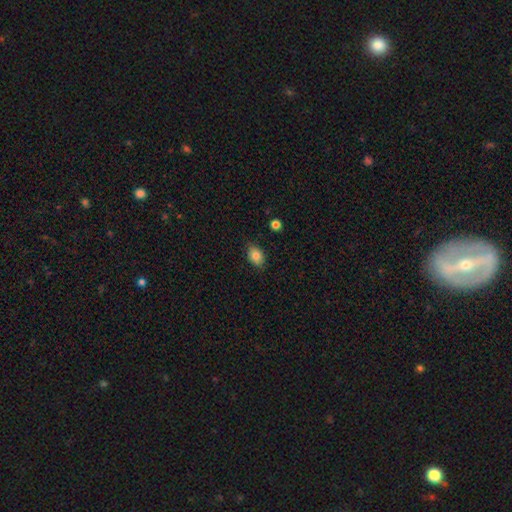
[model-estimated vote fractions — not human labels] Q: Smooth or featured?
A: smooth (83%); runner-up: featured or disk (8%)
Q: How rounded?
A: in between (79%); runner-up: round (20%)
Q: Merging?
A: none (82%); runner-up: minor disturbance (14%)